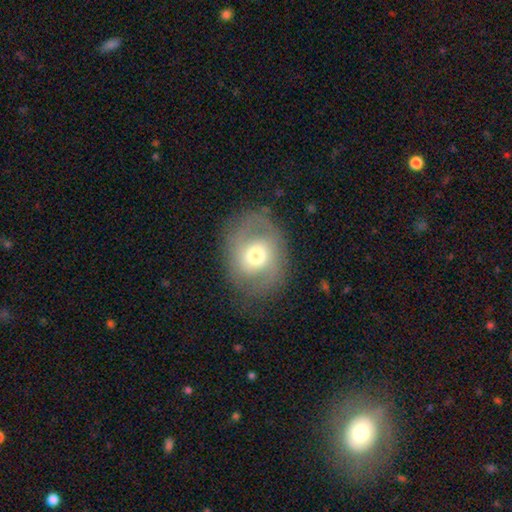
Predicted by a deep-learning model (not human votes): This appears to be a featured or disk galaxy (49%). Merging: none (71%).